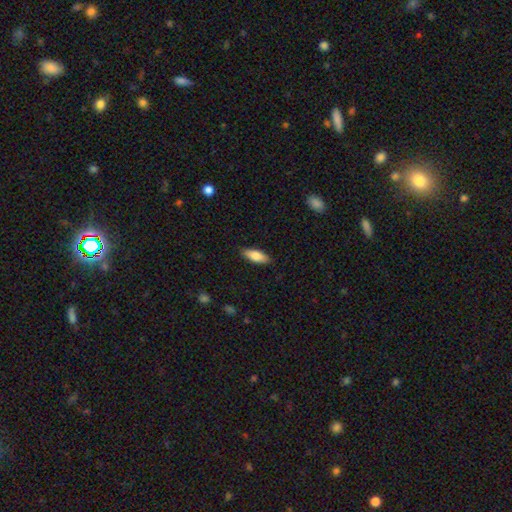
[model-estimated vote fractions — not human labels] Morphology: type=smooth (80%); roundness=in between (69%); merging=none (87%).